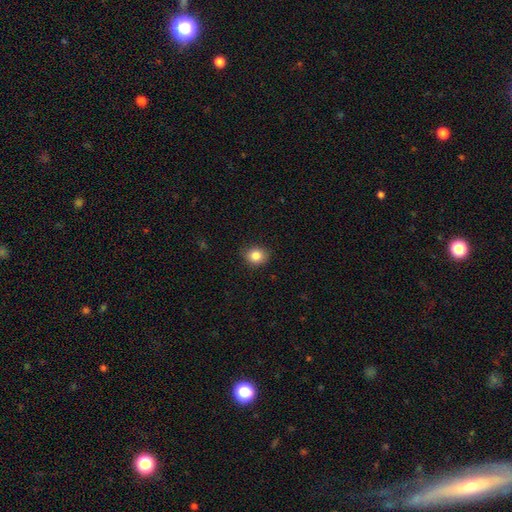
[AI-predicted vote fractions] smooth-or-featured: smooth: 84% | star or artifact: 10% | featured or disk: 6%
  how-rounded: round: 67% | in between: 32% | cigar-shaped: 1%
  merging: none: 84% | minor disturbance: 12% | major disturbance: 2% | merger: 1%